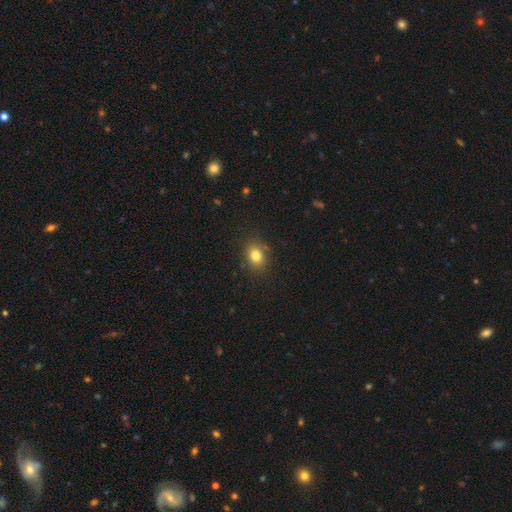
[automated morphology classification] smooth-or-featured: smooth: 81% | star or artifact: 12% | featured or disk: 8%
  how-rounded: in between: 58% | round: 41% | cigar-shaped: 1%
  merging: none: 83% | minor disturbance: 12% | major disturbance: 3% | merger: 2%